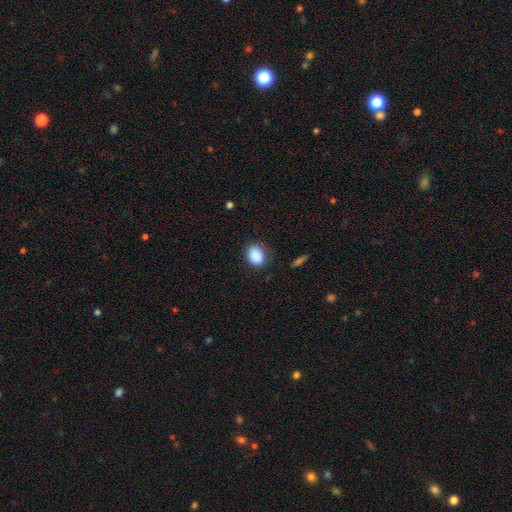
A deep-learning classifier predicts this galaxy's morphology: smooth_or_featured: smooth (p=0.89) [alt: star or artifact p=0.08]
how_rounded: in between (p=0.63) [alt: round p=0.36]
merging: none (p=0.79) [alt: minor disturbance p=0.15]